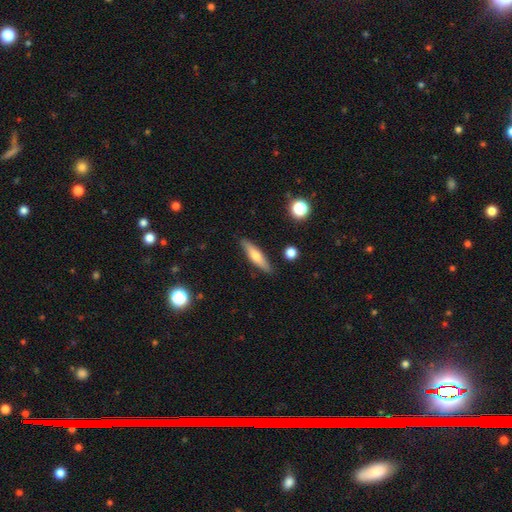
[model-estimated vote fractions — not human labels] The model was most divided on "smooth or featured": smooth: 57%, featured or disk: 36%, star or artifact: 7%. More confident: merging — none (87%); how rounded — cigar-shaped (75%).